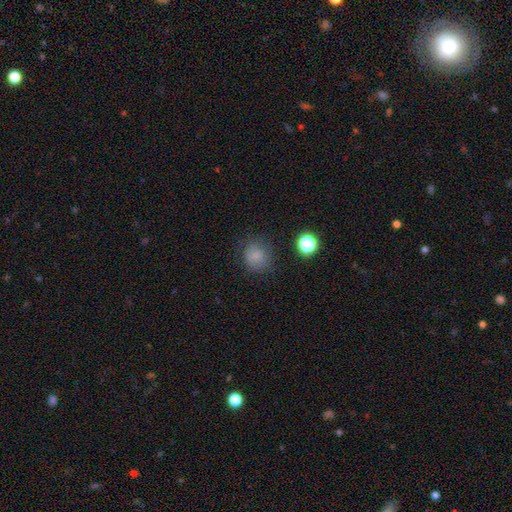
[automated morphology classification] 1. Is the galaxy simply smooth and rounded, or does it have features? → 79% smooth, 14% star or artifact, 7% featured or disk.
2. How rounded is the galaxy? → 83% round, 16% in between, 1% cigar-shaped.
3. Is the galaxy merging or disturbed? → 77% none, 15% minor disturbance, 6% major disturbance, 2% merger.